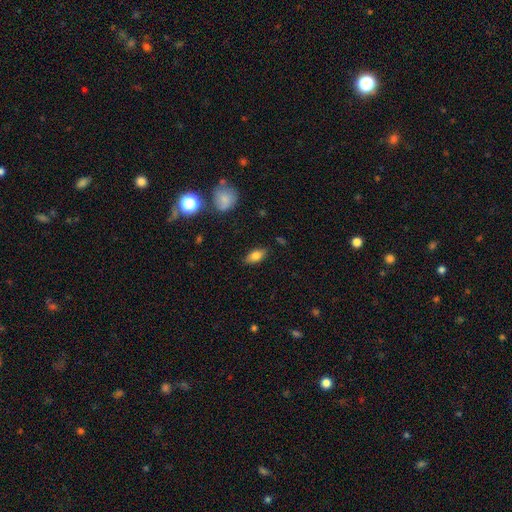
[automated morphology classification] type=smooth (76%); roundness=in between (86%); merging=none (85%).